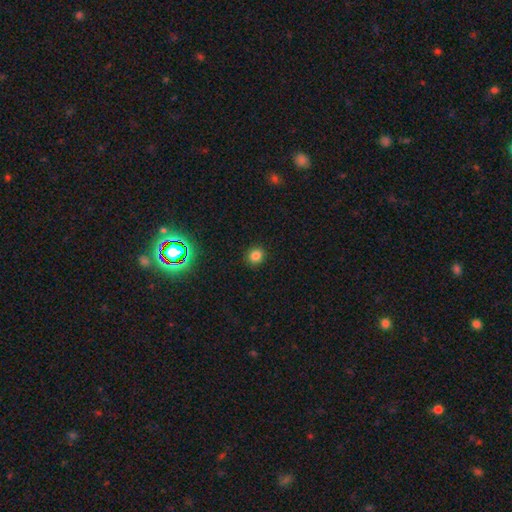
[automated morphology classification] type=smooth (81%); roundness=round (83%); merging=none (90%).